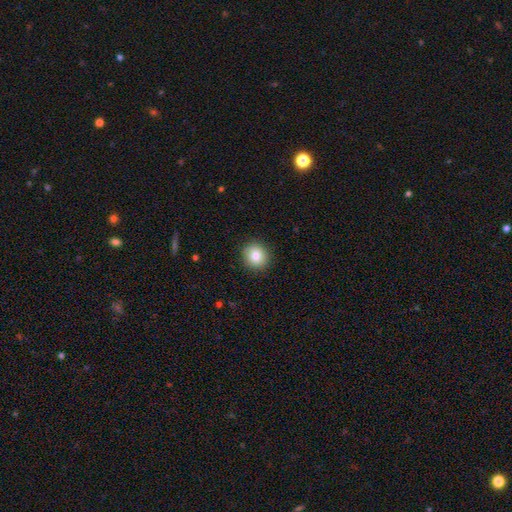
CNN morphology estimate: Smooth or featured?
  - smooth: 82% *
  - star or artifact: 9%
  - featured or disk: 8%
How rounded?
  - round: 88% *
  - in between: 11%
  - cigar-shaped: 1%
Merging?
  - none: 90% *
  - minor disturbance: 7%
  - major disturbance: 2%
  - merger: 1%